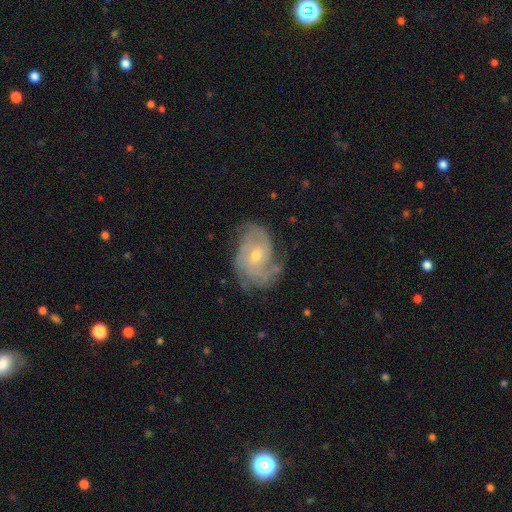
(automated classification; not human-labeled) Smooth or featured? Predicted: featured or disk (p=0.86). Edge-on disk? Predicted: no (p=0.97). Bar? Predicted: no (p=0.64). Spiral arms? Predicted: yes (p=0.95). Spiral winding? Predicted: tight (p=0.53). Spiral arm count? Predicted: 2 (p=0.29, tied with 3). Bulge size? Predicted: small (p=0.53). Merging? Predicted: none (p=0.64).